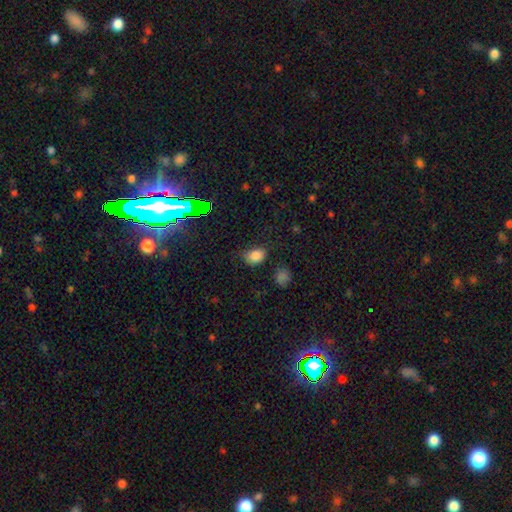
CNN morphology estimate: The model was most divided on "merging": none: 66%, minor disturbance: 25%, major disturbance: 6%, merger: 3%. More confident: smooth or featured — smooth (83%); how rounded — in between (72%).